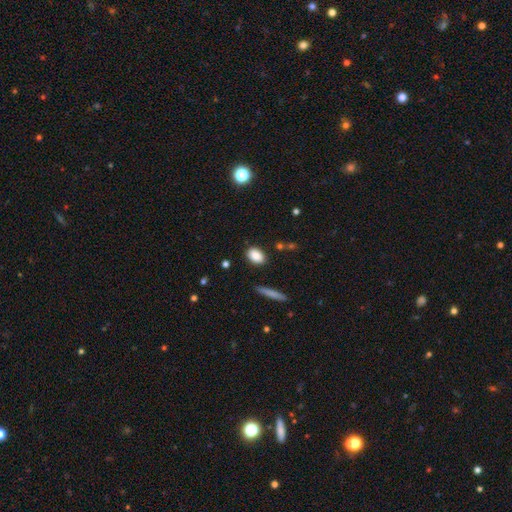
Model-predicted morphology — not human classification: This is clearly a smooth galaxy (86%). How rounded: likely in between (79%). Merging: clearly none (86%).